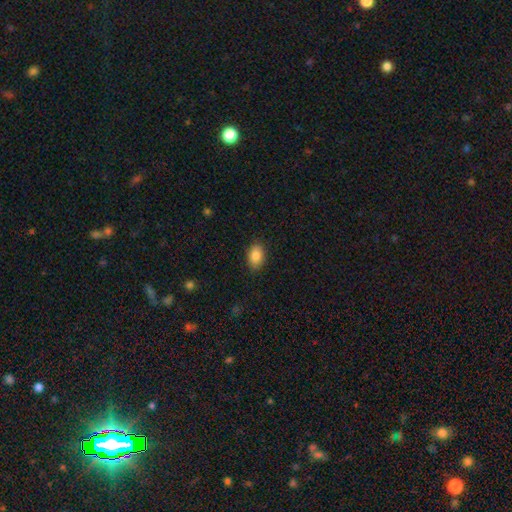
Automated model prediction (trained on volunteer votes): Overall: smooth (87%). How rounded: in between (87%). Merging: none (87%).